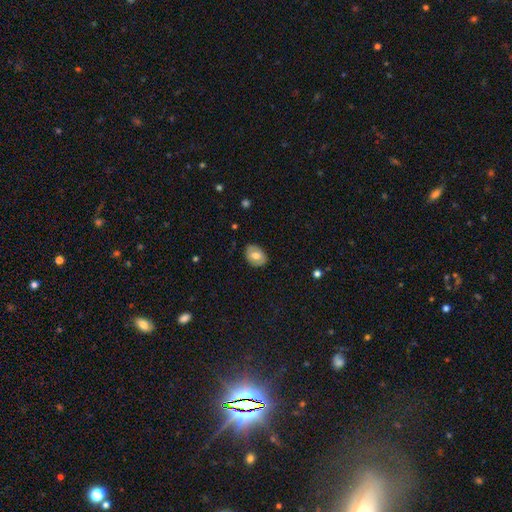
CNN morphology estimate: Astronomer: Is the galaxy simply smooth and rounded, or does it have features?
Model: smooth — 61%.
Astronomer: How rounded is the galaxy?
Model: in between — 74%.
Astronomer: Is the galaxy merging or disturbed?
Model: none — 82%.